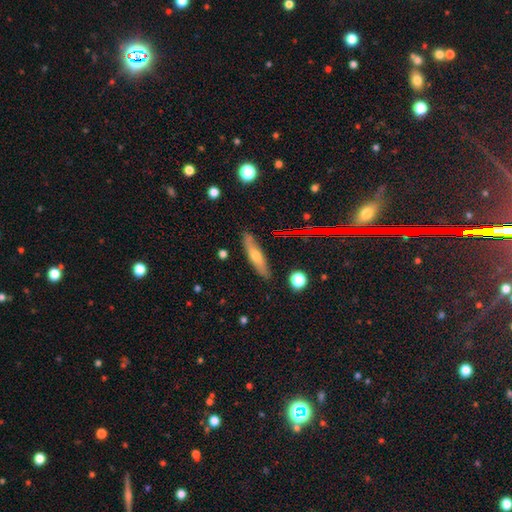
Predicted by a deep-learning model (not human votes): This is possibly a smooth galaxy (51%). How rounded: likely cigar-shaped (76%). Merging: clearly none (85%).